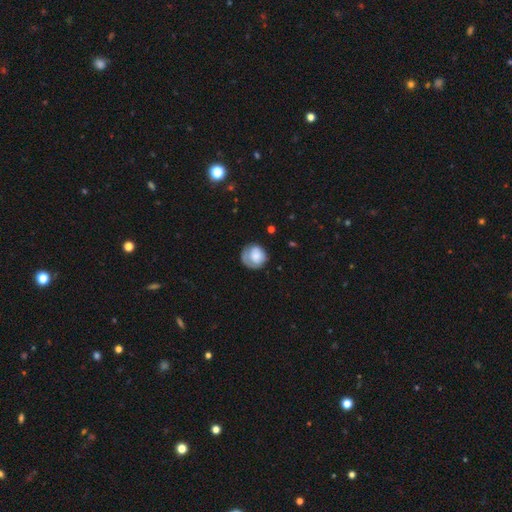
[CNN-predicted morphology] Overall: smooth (70%). How rounded: round (84%). Merging: none (59%; minor disturbance 26%).